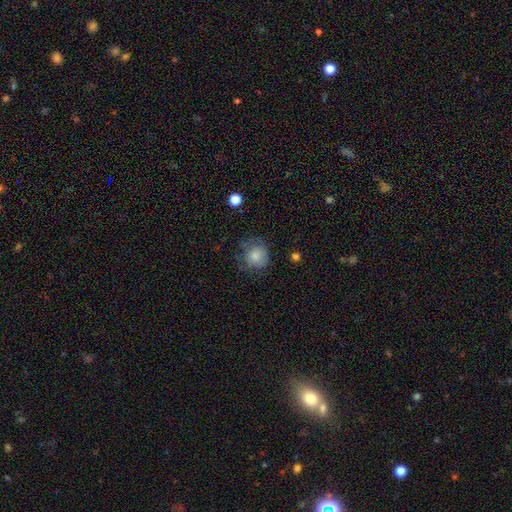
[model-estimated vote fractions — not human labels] A smooth galaxy with no disk features (78%) that is round (84%). Merging: none (60%).